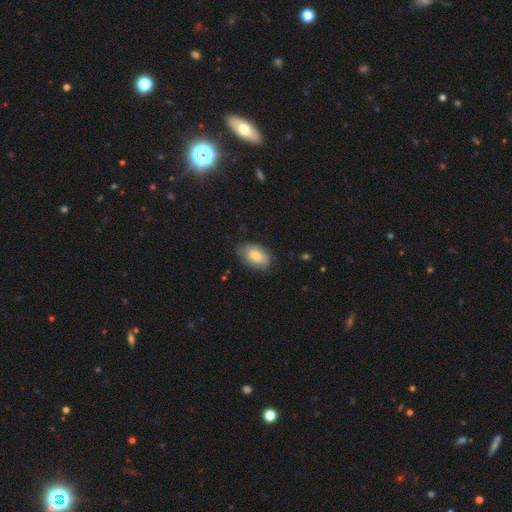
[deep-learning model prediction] A smooth galaxy with no disk features (77%) that is in between round and cigar-shaped (91%).

Vote fractions:
- Smooth or featured? smooth: 77% / featured or disk: 16% / star or artifact: 7%
- How rounded? in between: 91% / round: 8% / cigar-shaped: 2%
- Merging? none: 71% / minor disturbance: 22% / major disturbance: 5% / merger: 1%